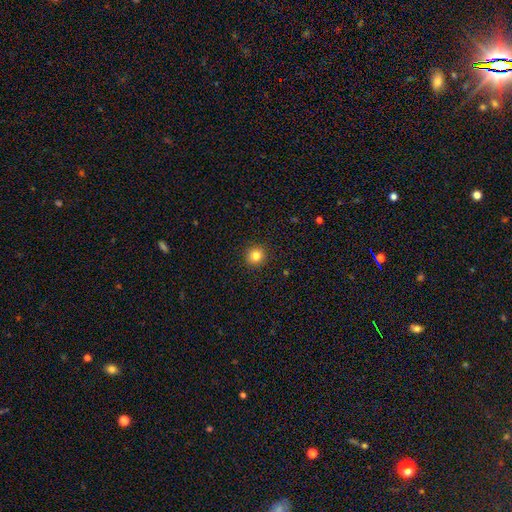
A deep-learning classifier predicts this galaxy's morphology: Smooth or featured?
  - smooth: 83% *
  - star or artifact: 12%
  - featured or disk: 6%
How rounded?
  - round: 90% *
  - in between: 9%
  - cigar-shaped: 1%
Merging?
  - none: 92% *
  - minor disturbance: 5%
  - major disturbance: 2%
  - merger: 1%